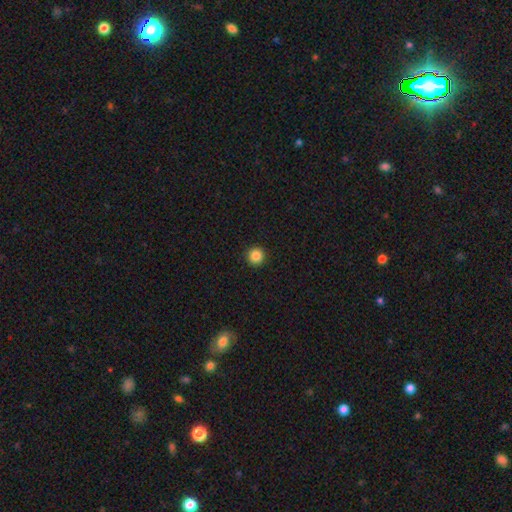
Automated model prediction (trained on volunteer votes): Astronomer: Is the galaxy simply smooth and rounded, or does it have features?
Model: smooth — 85%.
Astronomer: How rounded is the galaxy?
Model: round — 96%.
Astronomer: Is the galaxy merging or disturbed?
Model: none — 94%.